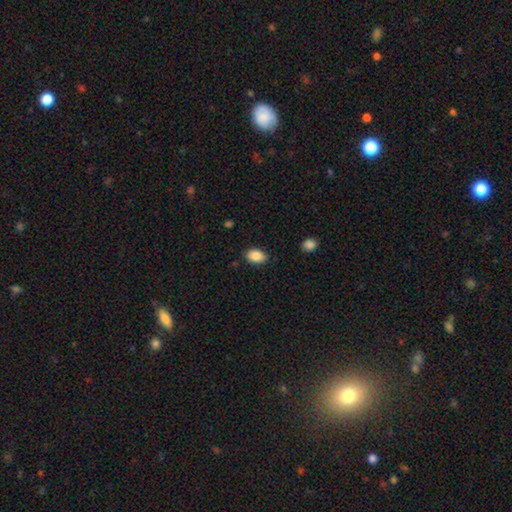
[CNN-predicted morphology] Smooth or featured?
  - smooth: 88% *
  - star or artifact: 8%
  - featured or disk: 5%
How rounded?
  - in between: 87% *
  - round: 12%
  - cigar-shaped: 1%
Merging?
  - none: 86% *
  - minor disturbance: 10%
  - major disturbance: 2%
  - merger: 1%